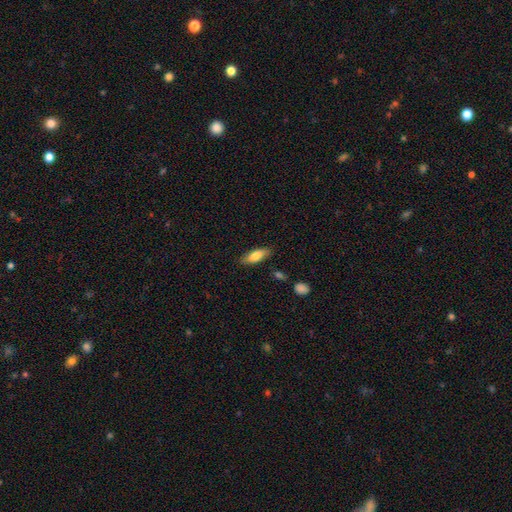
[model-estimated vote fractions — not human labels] Smooth or featured? smooth (77%)
How rounded? in between (67%)
Merging? none (82%)